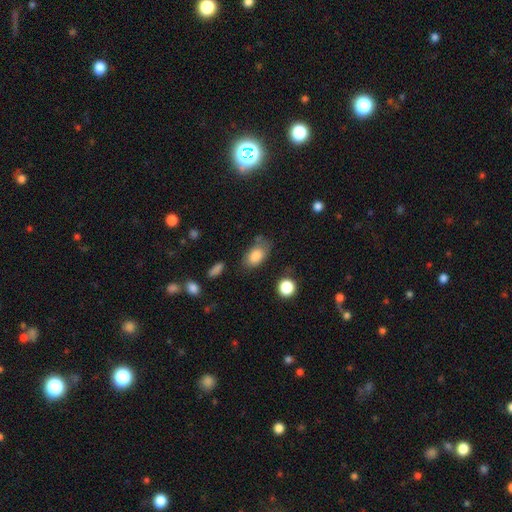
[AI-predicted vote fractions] Q: Smooth or featured?
A: smooth (83%); runner-up: featured or disk (9%)
Q: How rounded?
A: in between (89%); runner-up: round (9%)
Q: Merging?
A: none (60%); runner-up: minor disturbance (25%)